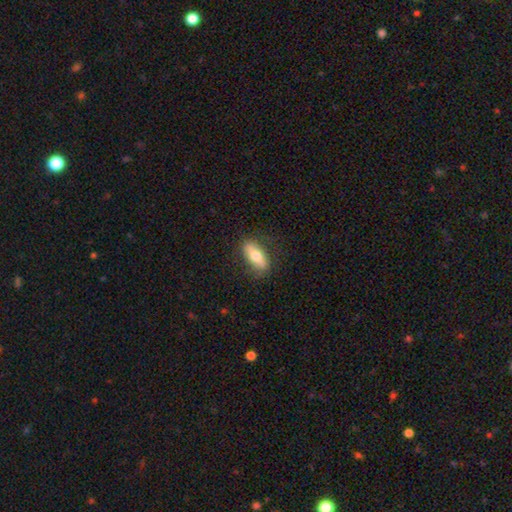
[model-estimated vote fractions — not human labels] Smooth or featured? smooth (61%)
How rounded? in between (72%)
Merging? none (81%)